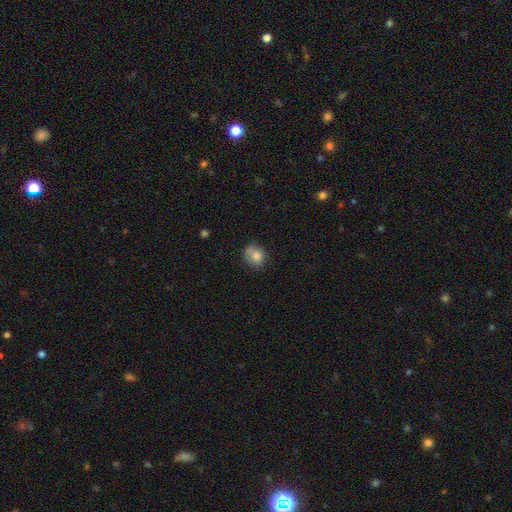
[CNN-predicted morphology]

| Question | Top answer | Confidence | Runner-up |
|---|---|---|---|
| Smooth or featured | smooth | 79% | featured or disk (11%) |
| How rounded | round | 78% | in between (21%) |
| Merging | none | 61% | minor disturbance (26%) |